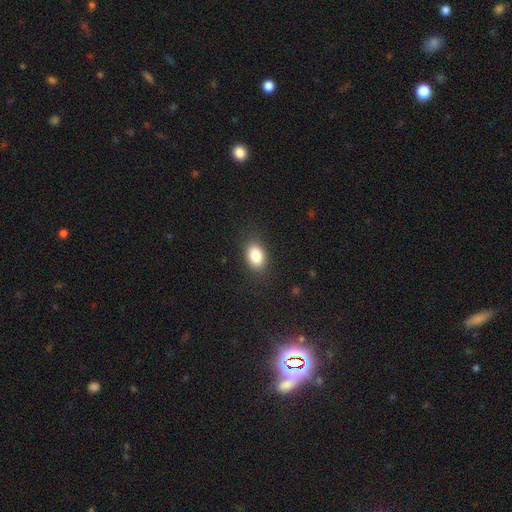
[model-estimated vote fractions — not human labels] smooth 85%, star or artifact 9%, featured or disk 7%. Down the decision tree: how rounded — in between (83%); merging — none (86%).